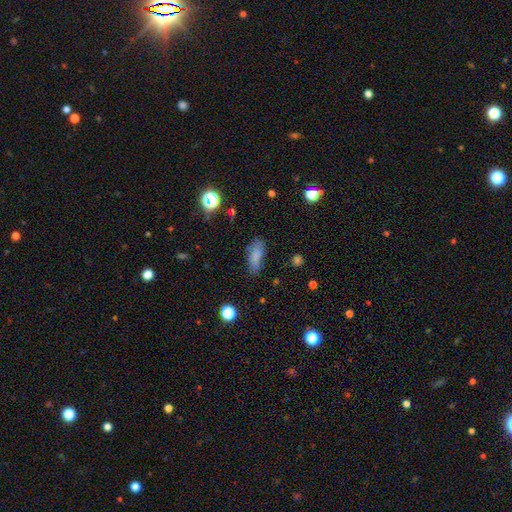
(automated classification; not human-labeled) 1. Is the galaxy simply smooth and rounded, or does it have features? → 76% smooth, 12% featured or disk, 11% star or artifact.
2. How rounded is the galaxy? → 71% in between, 25% cigar-shaped, 3% round.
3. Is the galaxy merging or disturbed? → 68% none, 21% minor disturbance, 7% major disturbance, 3% merger.